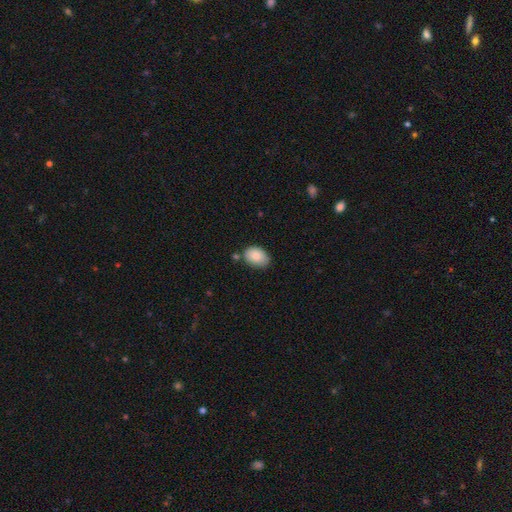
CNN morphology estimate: Smooth or featured?
  - smooth: 83% *
  - featured or disk: 10%
  - star or artifact: 7%
How rounded?
  - in between: 80% *
  - round: 19%
  - cigar-shaped: 1%
Merging?
  - none: 69% *
  - minor disturbance: 21%
  - merger: 6%
  - major disturbance: 4%